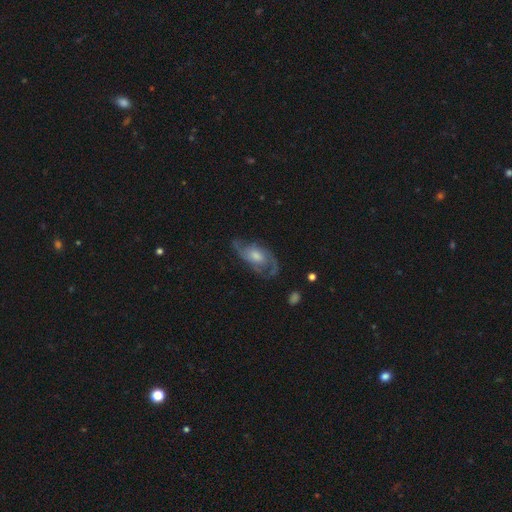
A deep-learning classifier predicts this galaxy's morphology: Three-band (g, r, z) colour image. It shows a featured or disk galaxy (80%) with no bar (66%), 2 (74%) medium (49%) spiral arms (93%) and a moderate central bulge (57%). Merging: none (68%).